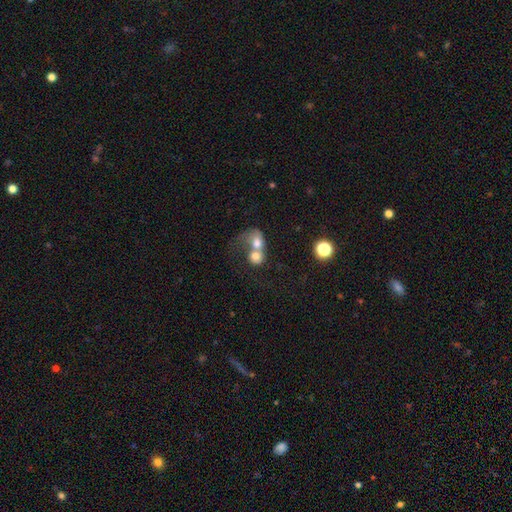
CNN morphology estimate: A smooth galaxy with no disk features (64%) that is round (59%). Merging: merger (79%).